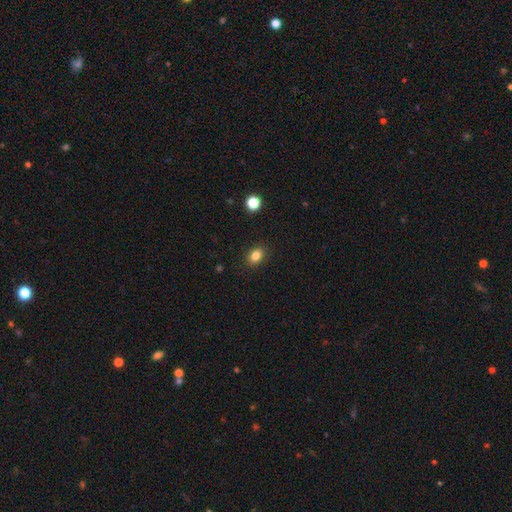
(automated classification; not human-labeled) Q: Smooth or featured?
A: smooth (83%); runner-up: star or artifact (11%)
Q: How rounded?
A: in between (60%); runner-up: round (39%)
Q: Merging?
A: none (89%); runner-up: minor disturbance (8%)